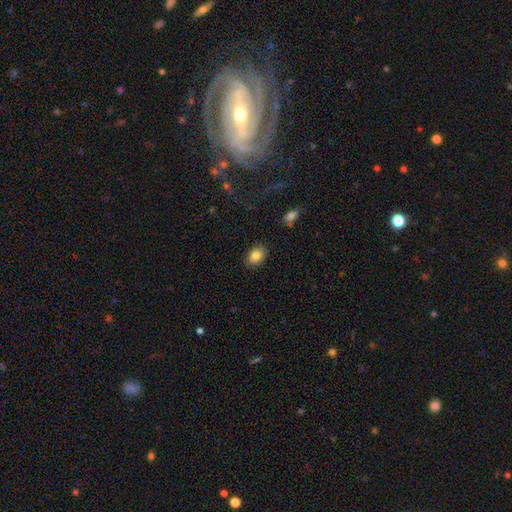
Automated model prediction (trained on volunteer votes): Smooth or featured: smooth — 84% (star or artifact — 8%)
How rounded: in between — 79% (round — 20%)
Merging: none — 88% (minor disturbance — 9%)